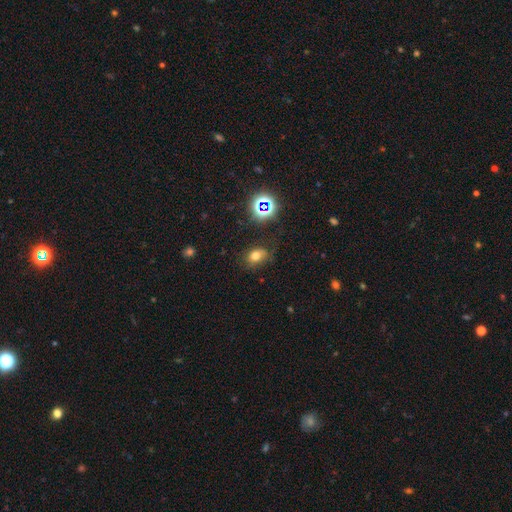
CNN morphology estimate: type=smooth (70%); roundness=in between (65%); merging=none (72%).